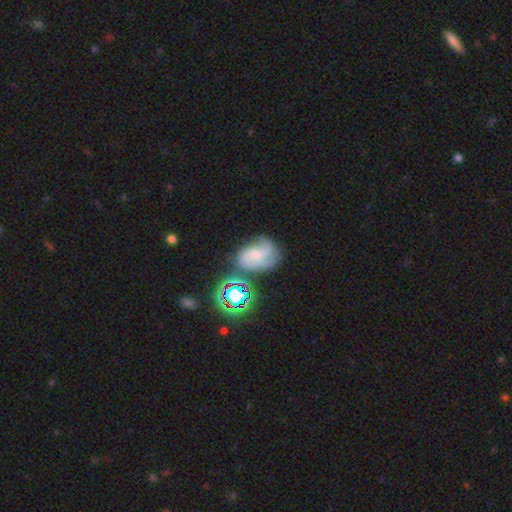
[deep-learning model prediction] This is likely a featured or disk galaxy (72%). It is clearly not viewed edge-on (98%). Bar: possibly no (55%). Spiral arm pattern: clearly yes (94%). Spiral arm count: marginally 3 (39%). Spiral winding: possibly medium (49%). Central bulge: possibly small (56%). Merging: possibly none (54%).